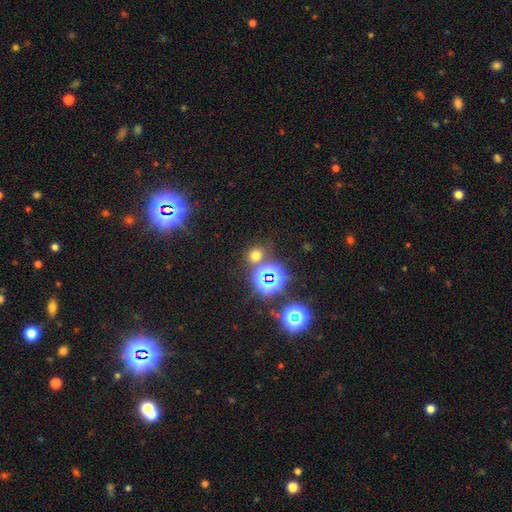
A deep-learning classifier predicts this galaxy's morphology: This appears to be a smooth galaxy with no disk features (59%) that is round (81%). Merging: none (77%).